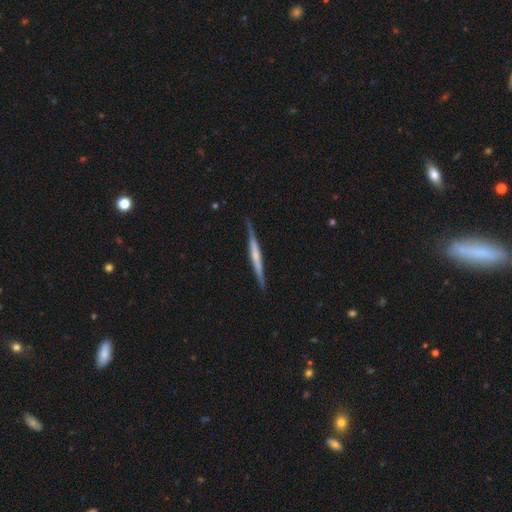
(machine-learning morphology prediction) This is likely a featured or disk galaxy (61%). It is clearly viewed edge-on (97%). Edge-on bulge: possibly none (59%). Merging: clearly none (85%).